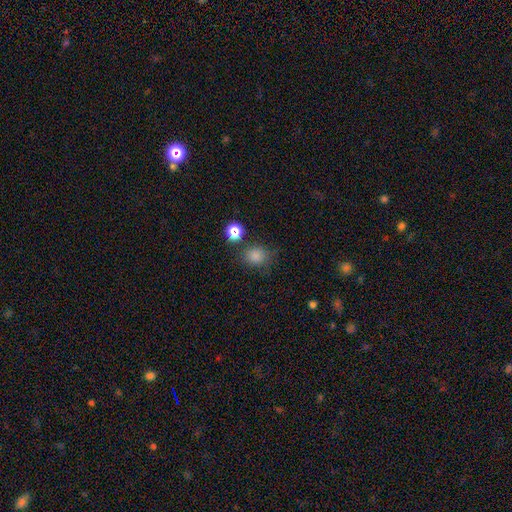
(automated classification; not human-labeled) The model was most divided on "how rounded": round: 70%, in between: 29%, cigar-shaped: 1%. More confident: smooth or featured — smooth (79%); merging — none (71%).